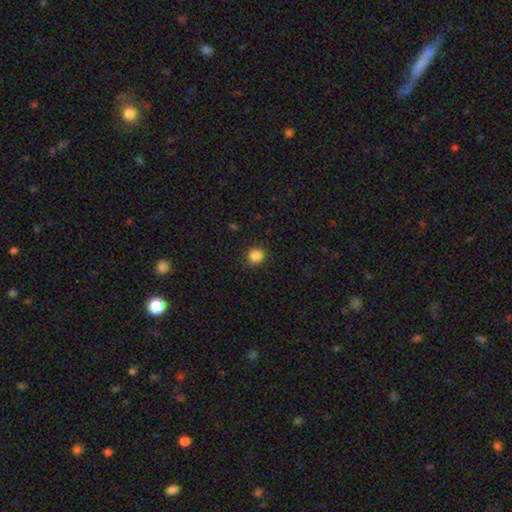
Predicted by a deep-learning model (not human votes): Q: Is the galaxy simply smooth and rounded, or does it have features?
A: smooth — 86%.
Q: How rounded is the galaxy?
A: round — 92%.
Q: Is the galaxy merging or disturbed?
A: none — 90%.